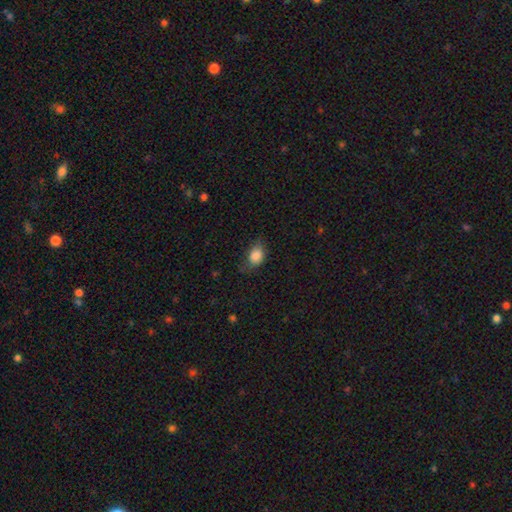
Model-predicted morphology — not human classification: Smooth or featured: smooth — 85% (star or artifact — 8%)
How rounded: in between — 73% (round — 26%)
Merging: none — 57% (minor disturbance — 31%)